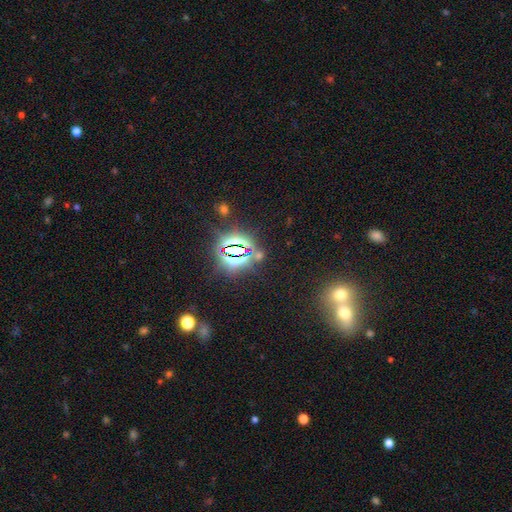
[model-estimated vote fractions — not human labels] Smooth or featured?
  - star or artifact: 75% *
  - smooth: 15%
  - featured or disk: 10%